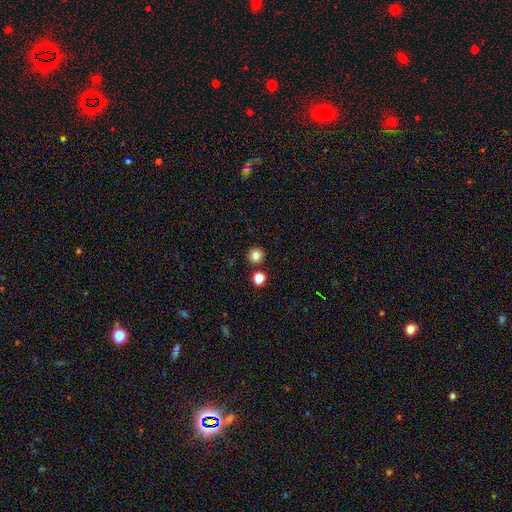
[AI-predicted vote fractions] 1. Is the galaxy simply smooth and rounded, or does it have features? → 82% smooth, 13% star or artifact, 5% featured or disk.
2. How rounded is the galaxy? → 95% round, 4% in between, 1% cigar-shaped.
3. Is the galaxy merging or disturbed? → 87% none, 6% merger, 5% minor disturbance, 2% major disturbance.